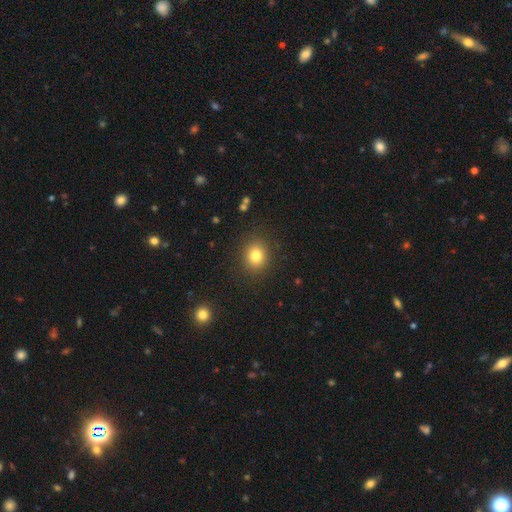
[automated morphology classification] This appears to be a smooth galaxy with no disk features (81%) that is round (70%). Merging: none (88%).